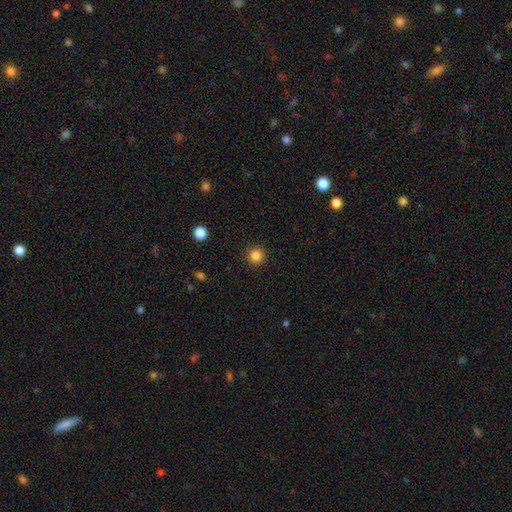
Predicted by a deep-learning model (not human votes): Overall: smooth (85%). How rounded: round (95%). Merging: none (92%).